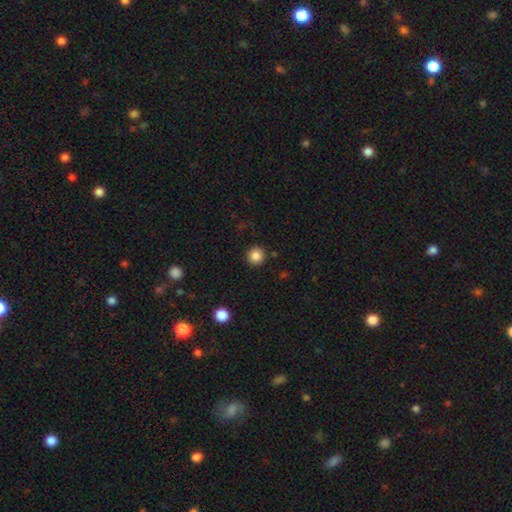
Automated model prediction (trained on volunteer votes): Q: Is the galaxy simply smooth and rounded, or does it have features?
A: smooth — 85%.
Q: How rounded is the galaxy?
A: round — 95%.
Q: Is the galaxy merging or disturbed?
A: none — 90%.